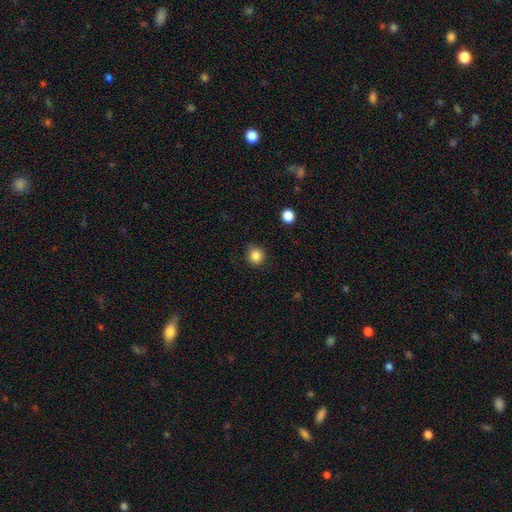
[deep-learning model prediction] This appears to be a smooth galaxy with no disk features (85%) that is round (91%). Merging: none (81%).